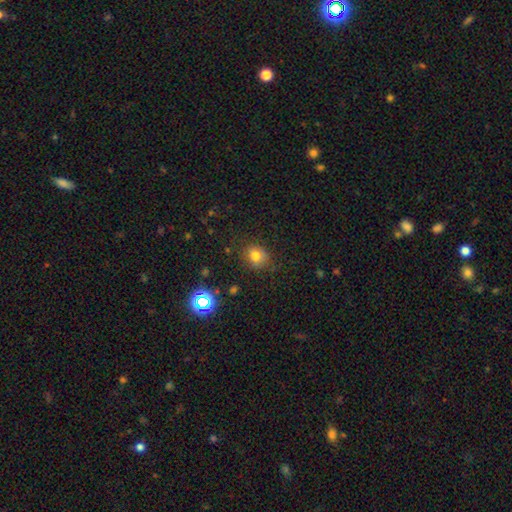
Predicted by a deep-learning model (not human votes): A smooth galaxy with no disk features (75%) that is round (67%).

Vote fractions:
- Smooth or featured? smooth: 75% / star or artifact: 16% / featured or disk: 9%
- How rounded? round: 67% / in between: 32% / cigar-shaped: 1%
- Merging? none: 79% / minor disturbance: 15% / major disturbance: 5% / merger: 2%